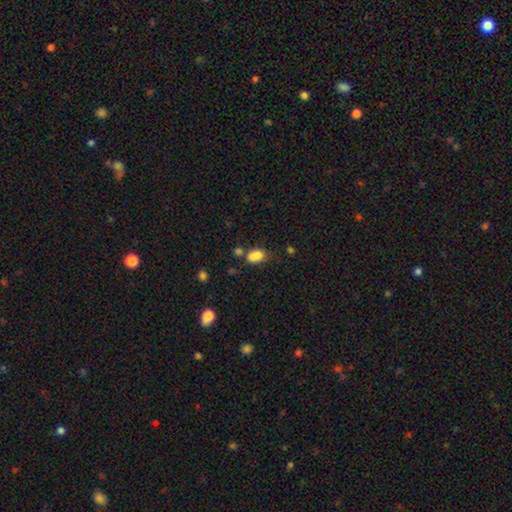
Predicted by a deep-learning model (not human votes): smooth-or-featured: smooth: 75% | featured or disk: 13% | star or artifact: 12%
  how-rounded: in between: 65% | round: 33% | cigar-shaped: 2%
  merging: merger: 48% | none: 30% | minor disturbance: 15% | major disturbance: 7%